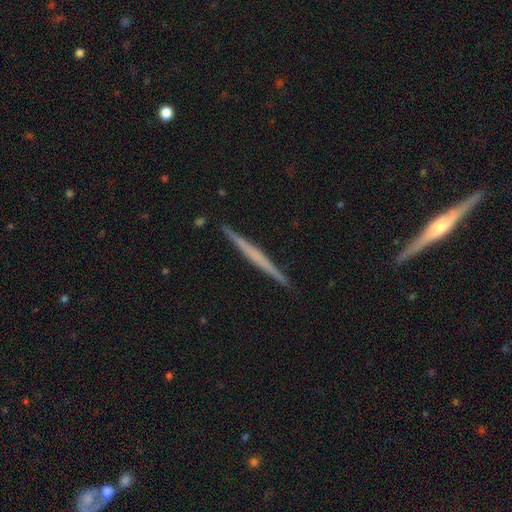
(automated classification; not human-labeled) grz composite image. It shows a featured or disk galaxy (56%) viewed edge-on (98%) with no central bulge (86%). Merging: none (92%).